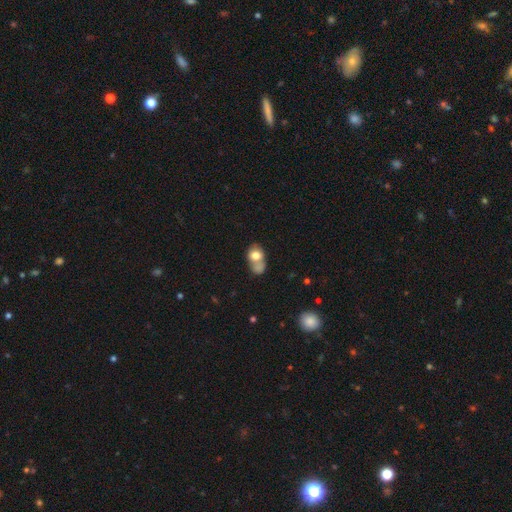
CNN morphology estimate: Smooth or featured? smooth (74%)
How rounded? in between (57%)
Merging? merger (54%)